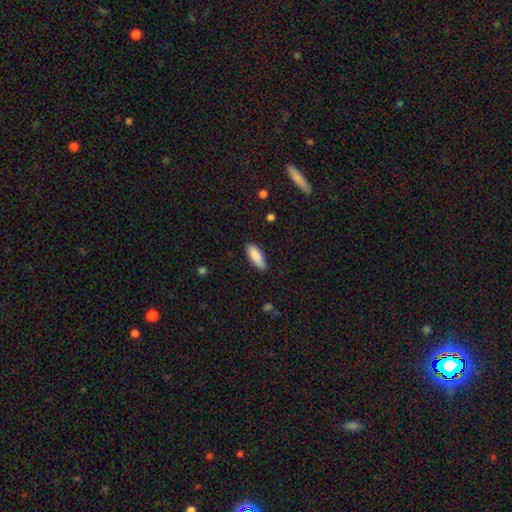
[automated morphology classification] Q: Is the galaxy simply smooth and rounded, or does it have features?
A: smooth — 89%.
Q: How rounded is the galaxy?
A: in between — 67%.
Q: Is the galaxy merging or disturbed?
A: none — 86%.